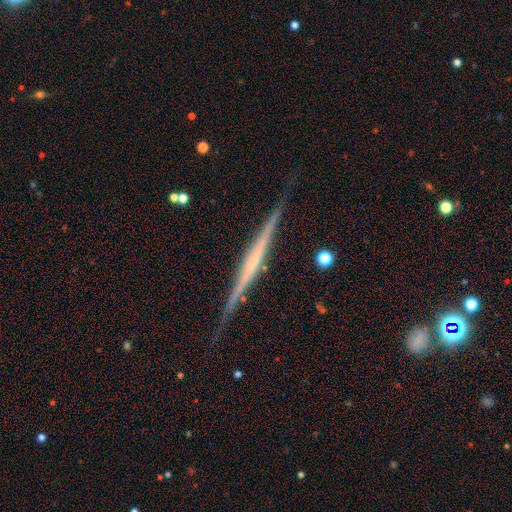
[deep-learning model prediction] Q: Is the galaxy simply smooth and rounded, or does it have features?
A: featured or disk — 76%.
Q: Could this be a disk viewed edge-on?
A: yes — 98%.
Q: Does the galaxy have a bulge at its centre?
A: none — 65%.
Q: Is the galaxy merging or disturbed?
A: none — 87%.